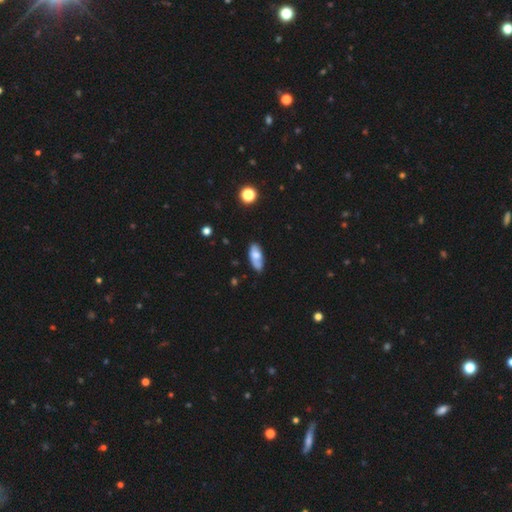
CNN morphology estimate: Smooth or featured?
  - smooth: 67% *
  - featured or disk: 26%
  - star or artifact: 7%
How rounded?
  - in between: 83% *
  - cigar-shaped: 14%
  - round: 3%
Merging?
  - none: 66% *
  - minor disturbance: 24%
  - major disturbance: 5%
  - merger: 5%